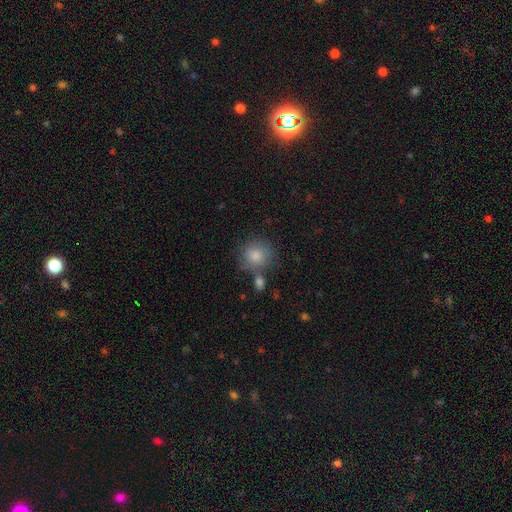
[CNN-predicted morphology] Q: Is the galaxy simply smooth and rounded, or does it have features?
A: smooth — 84%.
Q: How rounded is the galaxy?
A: round — 85%.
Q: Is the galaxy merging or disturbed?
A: none — 64%.